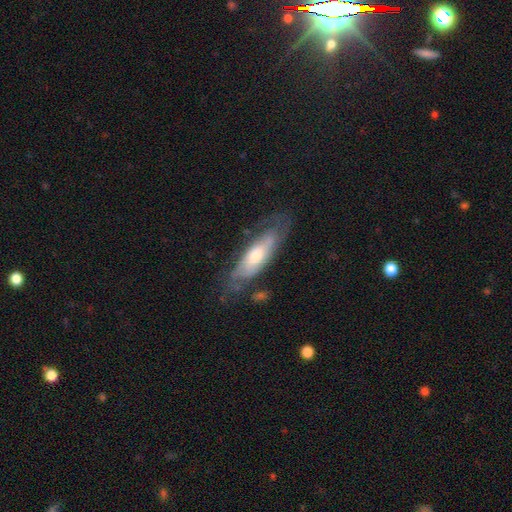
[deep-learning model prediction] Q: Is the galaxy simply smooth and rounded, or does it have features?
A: featured or disk — 59%.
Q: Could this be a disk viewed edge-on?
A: no — 69%.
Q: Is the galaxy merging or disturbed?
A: none — 62%.